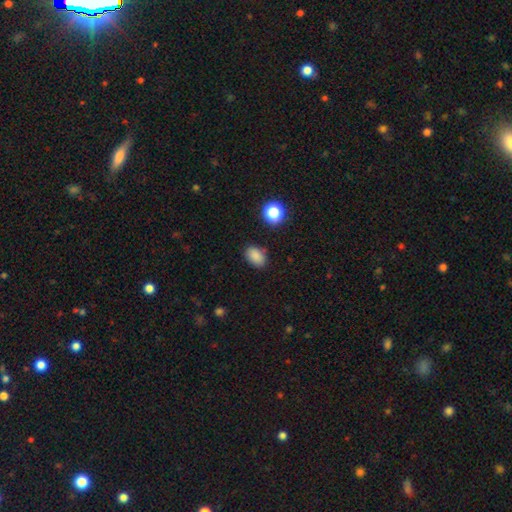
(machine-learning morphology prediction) Smooth or featured?
  - smooth: 85% *
  - star or artifact: 11%
  - featured or disk: 4%
How rounded?
  - in between: 82% *
  - round: 17%
  - cigar-shaped: 1%
Merging?
  - none: 82% *
  - minor disturbance: 12%
  - major disturbance: 3%
  - merger: 2%